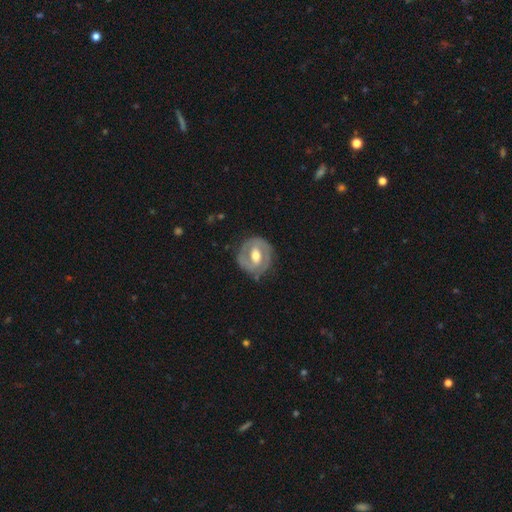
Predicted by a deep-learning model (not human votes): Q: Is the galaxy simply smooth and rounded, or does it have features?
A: featured or disk — 74%.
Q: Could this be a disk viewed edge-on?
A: no — 96%.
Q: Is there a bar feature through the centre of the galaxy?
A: weak — 44%.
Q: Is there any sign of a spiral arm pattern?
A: yes — 69%.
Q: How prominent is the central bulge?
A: moderate — 74%.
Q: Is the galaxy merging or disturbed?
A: none — 77%.